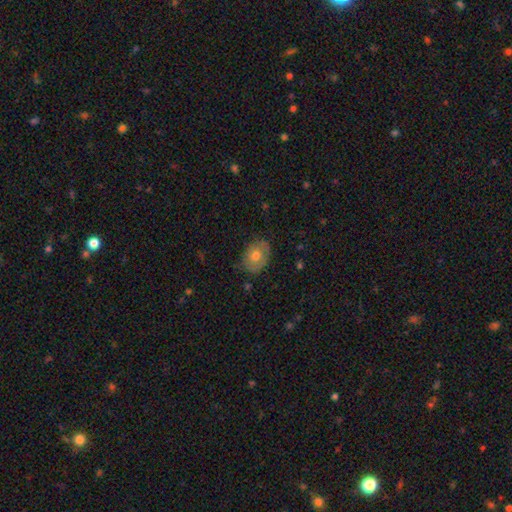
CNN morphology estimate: Smooth or featured? Predicted: smooth (p=0.60). How rounded? Predicted: in between (p=0.60). Merging? Predicted: none (p=0.74).